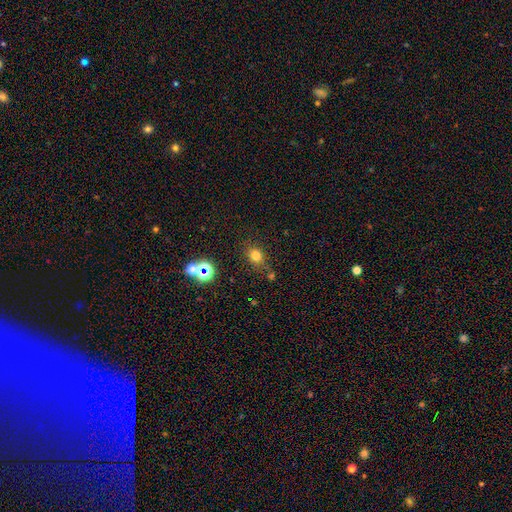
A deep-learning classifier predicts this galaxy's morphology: Smooth or featured: smooth — 74% (star or artifact — 18%)
How rounded: round — 57% (in between — 42%)
Merging: none — 75% (minor disturbance — 14%)